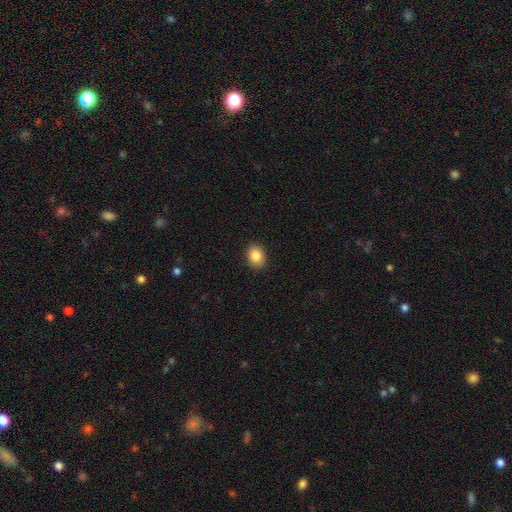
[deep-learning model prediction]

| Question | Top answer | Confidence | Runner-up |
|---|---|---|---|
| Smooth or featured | smooth | 85% | star or artifact (9%) |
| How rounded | in between | 58% | round (41%) |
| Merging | none | 90% | minor disturbance (7%) |